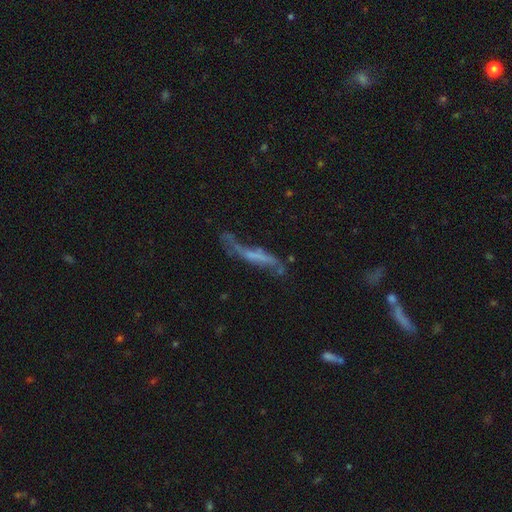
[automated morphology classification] The model was most divided on "merging": major disturbance: 34%, none: 33%, minor disturbance: 24%, merger: 10%. More confident: smooth or featured — featured or disk (56%); edge-on disk — no (55%).